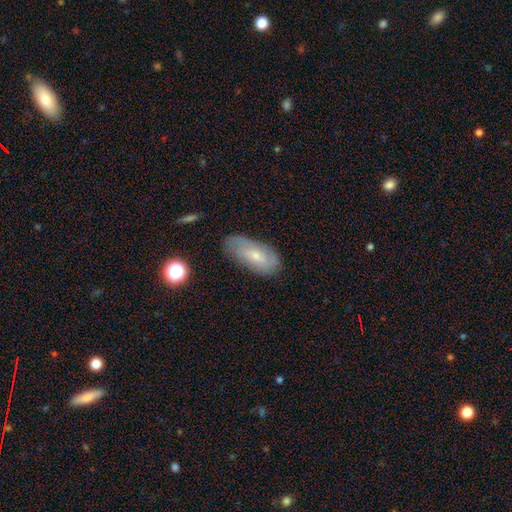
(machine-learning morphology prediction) Q: Smooth or featured?
A: smooth (55%); runner-up: featured or disk (38%)
Q: How rounded?
A: in between (87%); runner-up: cigar-shaped (10%)
Q: Merging?
A: none (70%); runner-up: minor disturbance (22%)